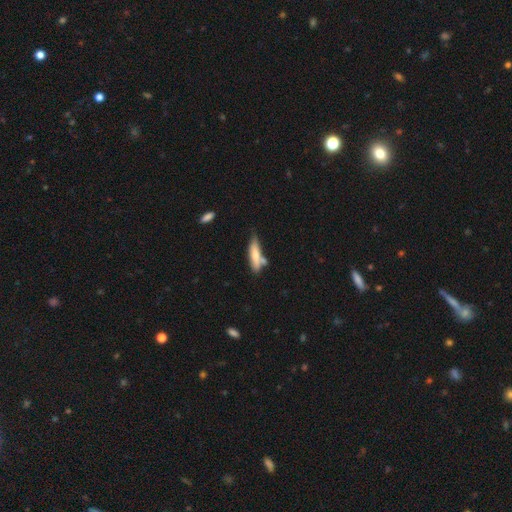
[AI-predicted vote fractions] A smooth galaxy with no disk features (65%) that is cigar-shaped (66%).

Vote fractions:
- Smooth or featured? smooth: 65% / featured or disk: 28% / star or artifact: 6%
- How rounded? cigar-shaped: 66% / in between: 32% / round: 2%
- Merging? none: 49% / minor disturbance: 24% / merger: 21% / major disturbance: 7%